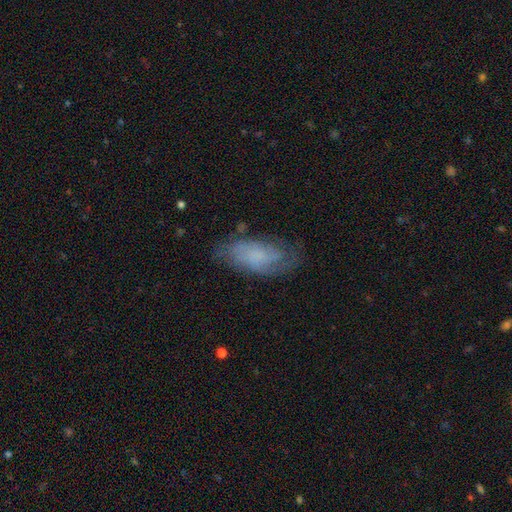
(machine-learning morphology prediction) Overall: featured or disk (51%; smooth 41%). Edge-on disk: no (92%). Merging: none (65%).